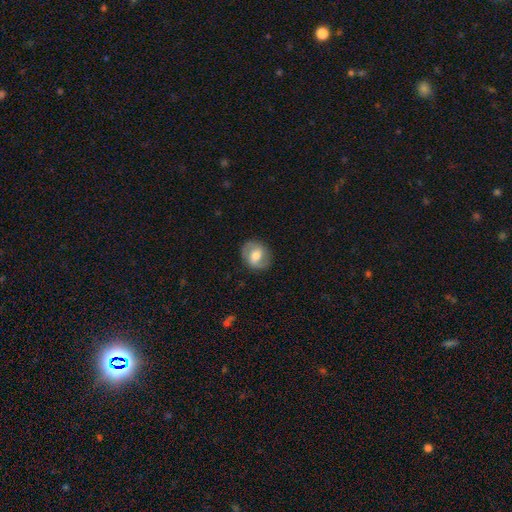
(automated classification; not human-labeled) Q: Smooth or featured?
A: smooth (47%); runner-up: featured or disk (46%)
Q: Merging?
A: none (84%); runner-up: minor disturbance (11%)